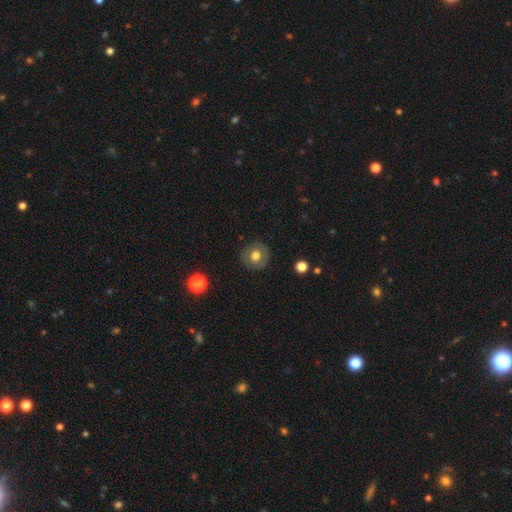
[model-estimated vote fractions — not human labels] A smooth galaxy with no disk features (65%) that is round (91%).

Vote fractions:
- Smooth or featured? smooth: 65% / featured or disk: 27% / star or artifact: 8%
- How rounded? round: 91% / in between: 8% / cigar-shaped: 1%
- Merging? none: 88% / minor disturbance: 8% / major disturbance: 3% / merger: 1%